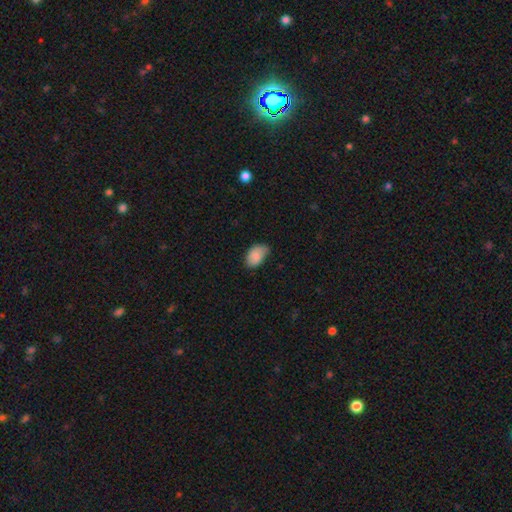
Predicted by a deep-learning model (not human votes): smooth 85%, featured or disk 7%, star or artifact 7%. Down the decision tree: how rounded — in between (90%); merging — none (58%).